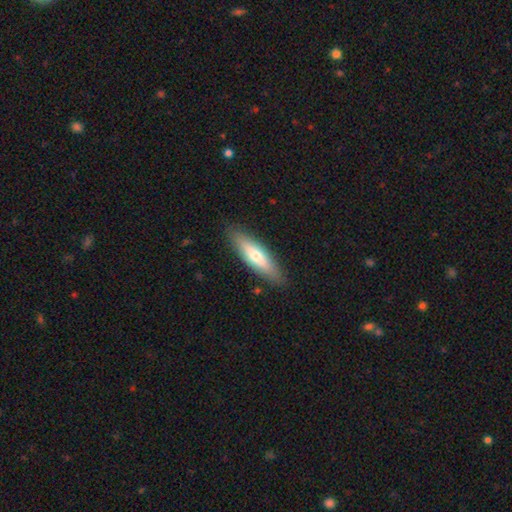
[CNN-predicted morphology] A smooth galaxy with no disk features (61%) that is cigar-shaped (67%).

Vote fractions:
- Smooth or featured? smooth: 61% / featured or disk: 33% / star or artifact: 6%
- How rounded? cigar-shaped: 67% / in between: 31% / round: 2%
- Merging? none: 87% / minor disturbance: 10% / major disturbance: 2% / merger: 1%